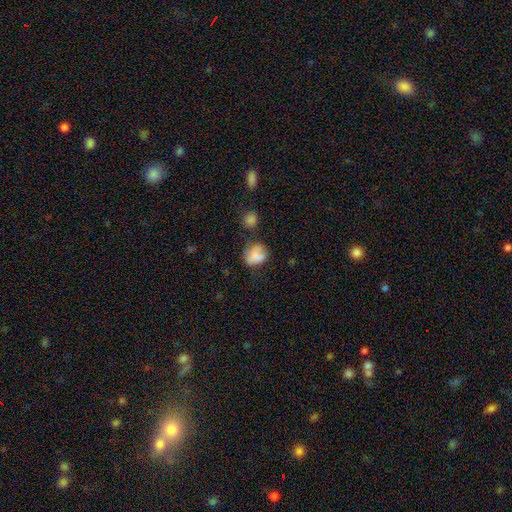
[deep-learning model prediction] This appears to be a smooth galaxy with no disk features (74%) that is round (54%). Merging: none (42%).